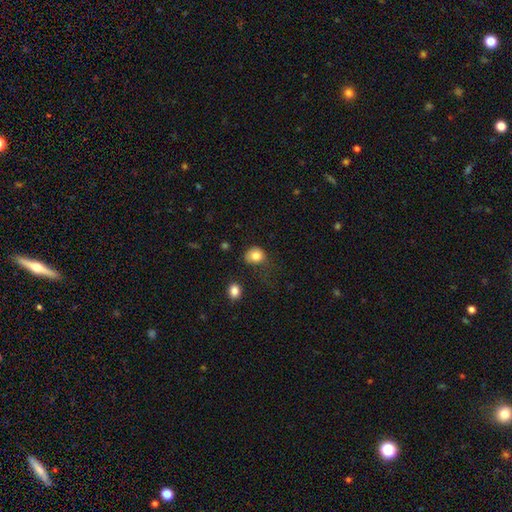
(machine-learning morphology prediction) This appears to be a smooth galaxy with no disk features (83%) that is round (67%). Merging: none (48%).